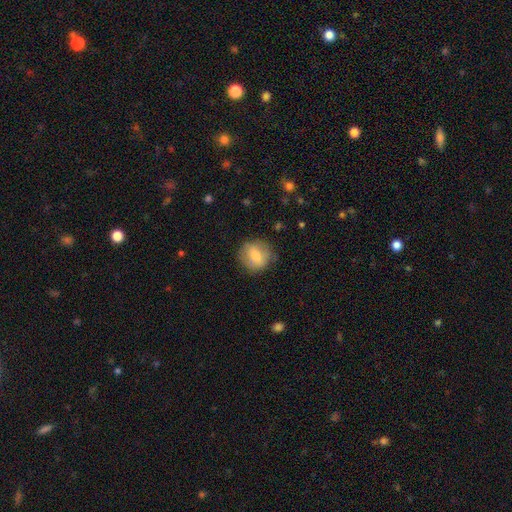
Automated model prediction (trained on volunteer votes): Morphology: type=smooth (68%); roundness=round (82%); merging=none (80%).